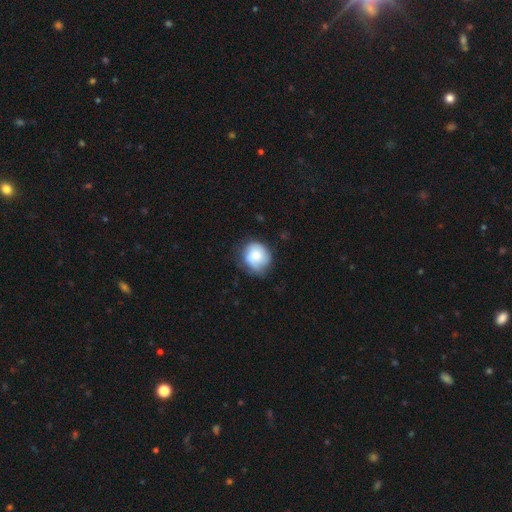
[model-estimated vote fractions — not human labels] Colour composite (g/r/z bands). It shows a smooth galaxy with no disk features (71%) that is round (77%). Merging: none (62%).